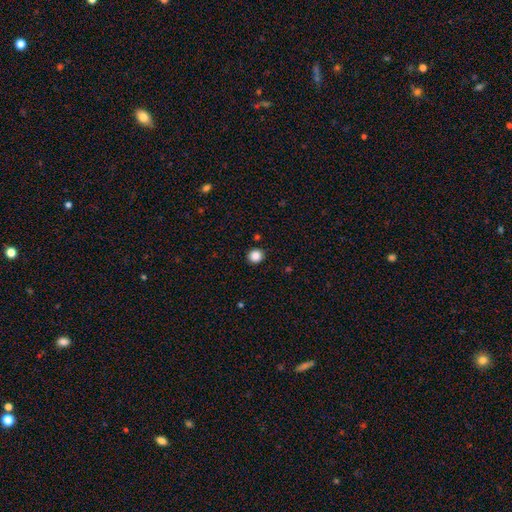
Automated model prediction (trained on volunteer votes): Q: Smooth or featured?
A: smooth (87%); runner-up: star or artifact (11%)
Q: How rounded?
A: round (91%); runner-up: in between (8%)
Q: Merging?
A: none (92%); runner-up: minor disturbance (5%)